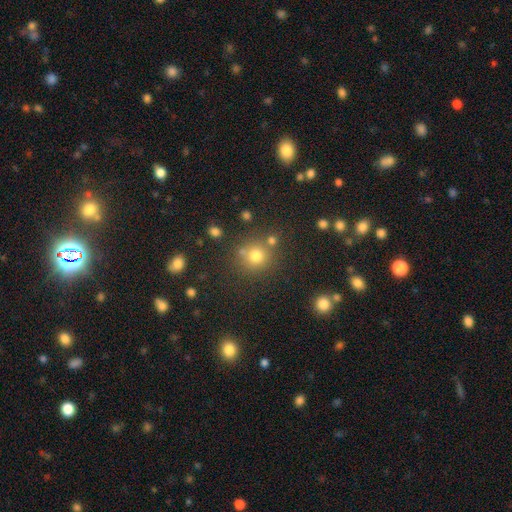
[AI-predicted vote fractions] A smooth galaxy with no disk features (73%) that is round (91%).

Vote fractions:
- Smooth or featured? smooth: 73% / star or artifact: 18% / featured or disk: 8%
- How rounded? round: 91% / in between: 8% / cigar-shaped: 1%
- Merging? none: 73% / merger: 13% / minor disturbance: 10% / major disturbance: 4%